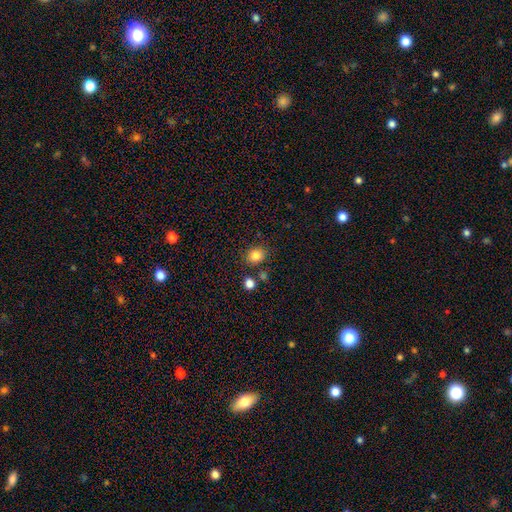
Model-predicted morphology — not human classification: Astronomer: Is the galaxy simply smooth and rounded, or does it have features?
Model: smooth — 84%.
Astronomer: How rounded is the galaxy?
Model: round — 62% (runner-up: in between, 37%).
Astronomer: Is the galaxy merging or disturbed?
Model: none — 79%.